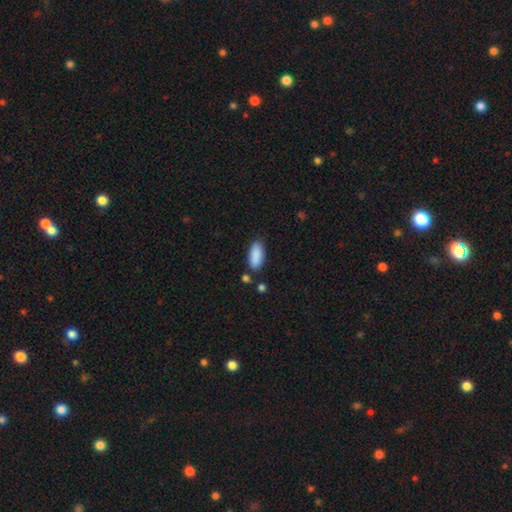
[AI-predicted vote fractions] The model was most divided on "merging": none: 78%, minor disturbance: 14%, merger: 5%, major disturbance: 3%. More confident: smooth or featured — smooth (89%); how rounded — in between (84%).